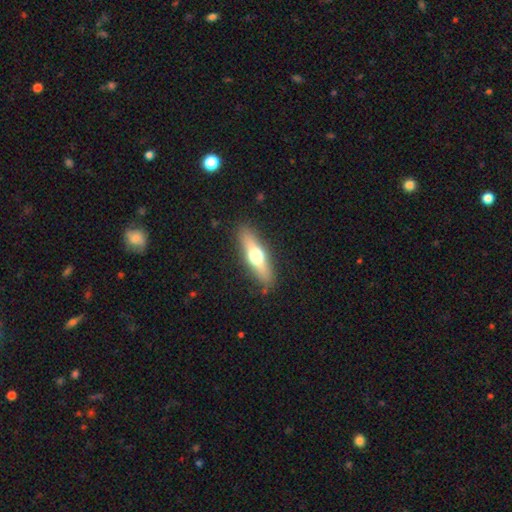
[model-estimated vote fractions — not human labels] Morphology: type=featured or disk (49%); merging=none (88%).